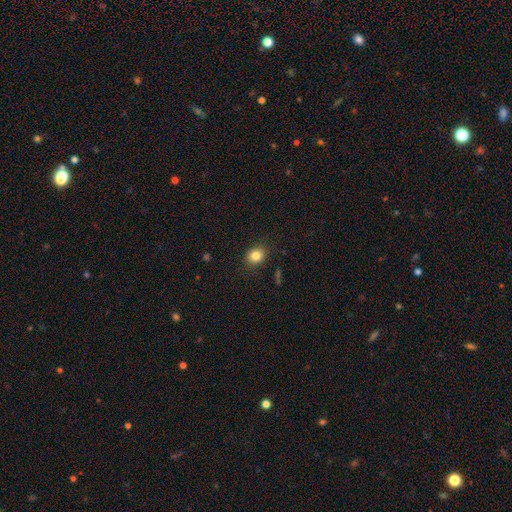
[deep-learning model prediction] smooth-or-featured: smooth: 83% | star or artifact: 11% | featured or disk: 7%
  how-rounded: round: 54% | in between: 45% | cigar-shaped: 1%
  merging: none: 87% | minor disturbance: 10% | major disturbance: 3% | merger: 1%